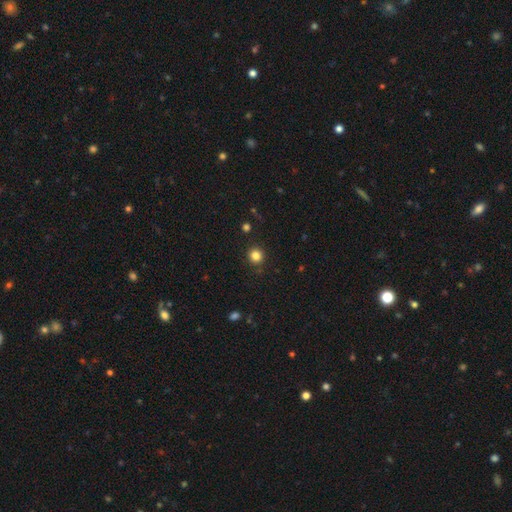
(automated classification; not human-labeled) Overall: smooth (83%). How rounded: round (93%). Merging: none (91%).